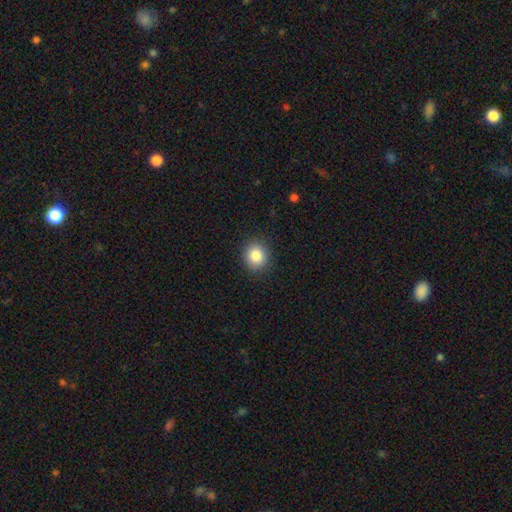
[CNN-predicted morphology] Q: Smooth or featured?
A: smooth (85%); runner-up: star or artifact (9%)
Q: How rounded?
A: round (79%); runner-up: in between (20%)
Q: Merging?
A: none (90%); runner-up: minor disturbance (7%)